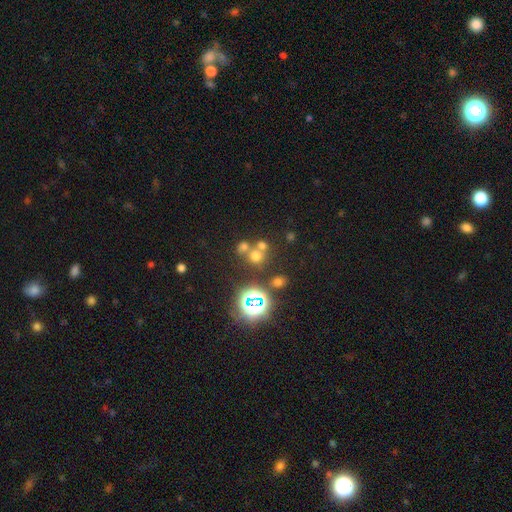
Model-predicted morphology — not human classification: The model was most divided on "smooth or featured": smooth: 54%, star or artifact: 35%, featured or disk: 11%. More confident: how rounded — round (85%); merging — none (56%).